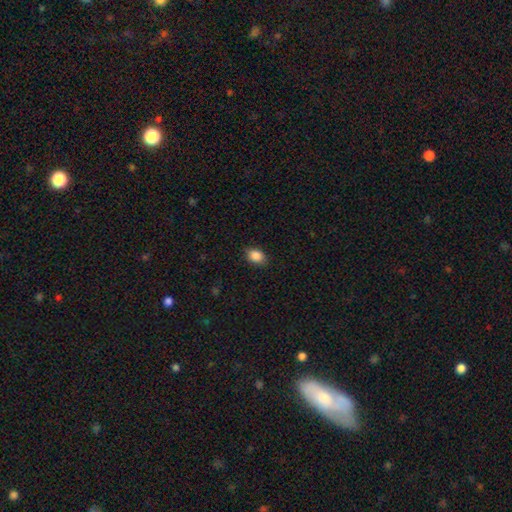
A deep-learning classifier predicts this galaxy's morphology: type=smooth (87%); roundness=in between (73%); merging=none (84%).